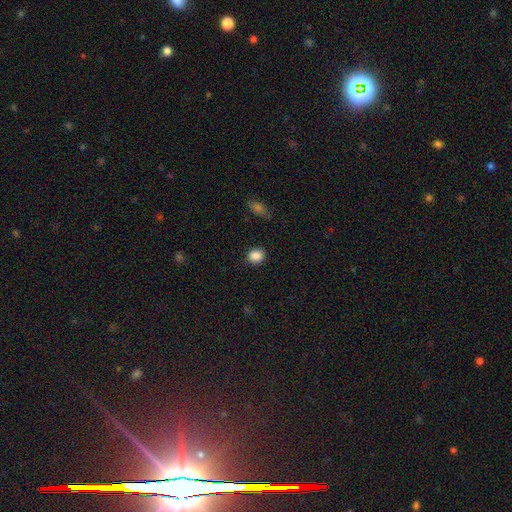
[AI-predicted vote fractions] This is clearly a smooth galaxy (88%). How rounded: likely round (69%). Merging: clearly none (88%).